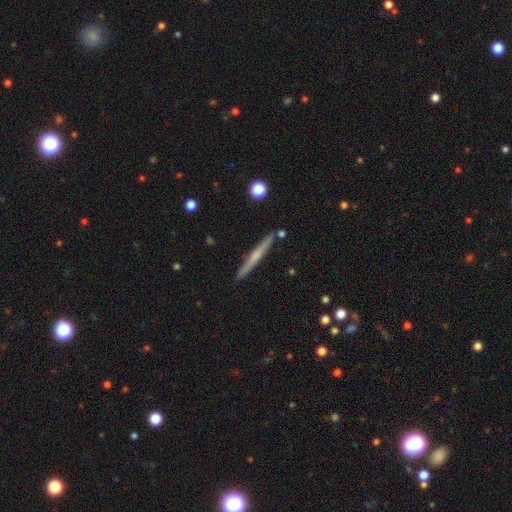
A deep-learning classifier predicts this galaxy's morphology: Smooth or featured? Predicted: featured or disk (p=0.56). Edge-on disk? Predicted: yes (p=0.98). Edge-on bulge? Predicted: none (p=0.49). Merging? Predicted: none (p=0.90).